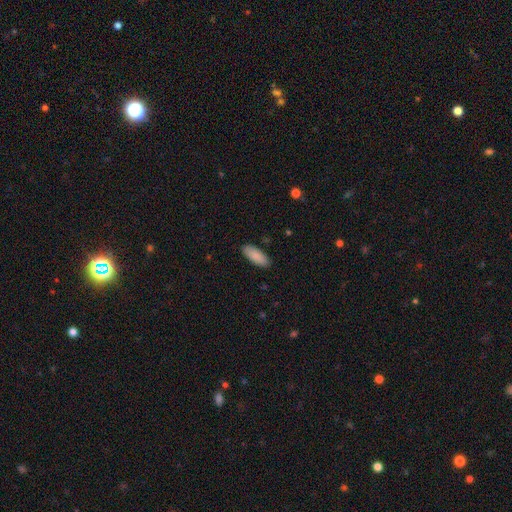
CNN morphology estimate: Overall: smooth (89%). How rounded: in between (77%). Merging: none (88%).